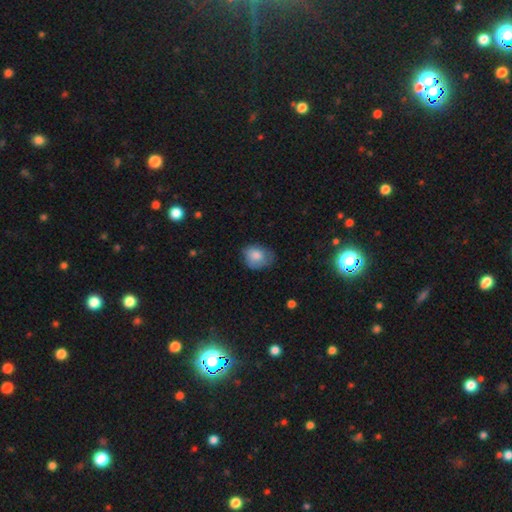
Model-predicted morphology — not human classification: Overall: smooth (80%). How rounded: in between (56%; round 43%). Merging: none (54%; minor disturbance 34%).